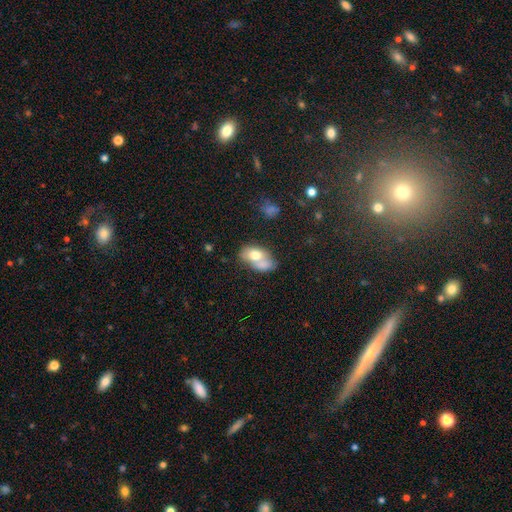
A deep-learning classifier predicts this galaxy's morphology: Smooth or featured? smooth (68%)
How rounded? in between (84%)
Merging? merger (54%)